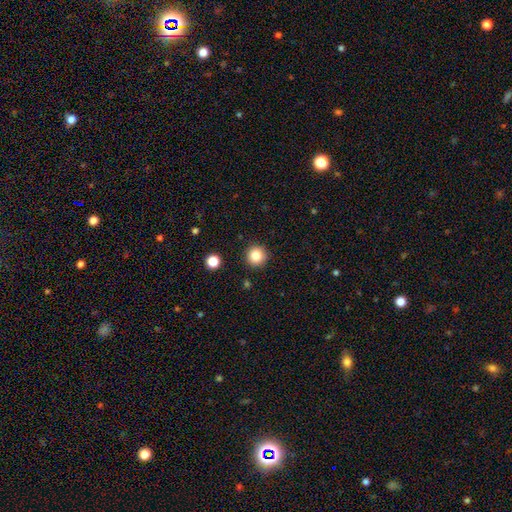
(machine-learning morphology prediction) Q: Smooth or featured?
A: smooth (84%); runner-up: star or artifact (11%)
Q: How rounded?
A: round (95%); runner-up: in between (4%)
Q: Merging?
A: none (91%); runner-up: minor disturbance (6%)